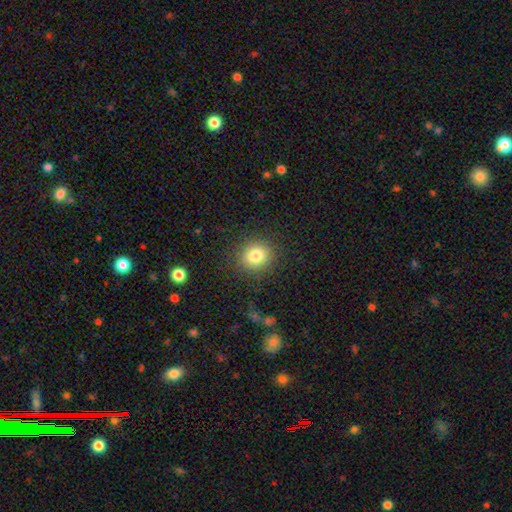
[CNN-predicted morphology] Smooth or featured? smooth (80%)
How rounded? round (82%)
Merging? none (87%)